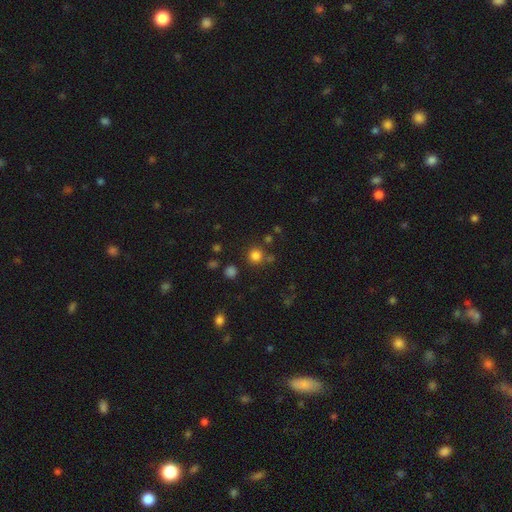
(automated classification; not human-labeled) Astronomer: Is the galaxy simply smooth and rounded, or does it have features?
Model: smooth — 79%.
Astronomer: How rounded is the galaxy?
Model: round — 93%.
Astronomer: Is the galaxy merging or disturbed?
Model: none — 79%.